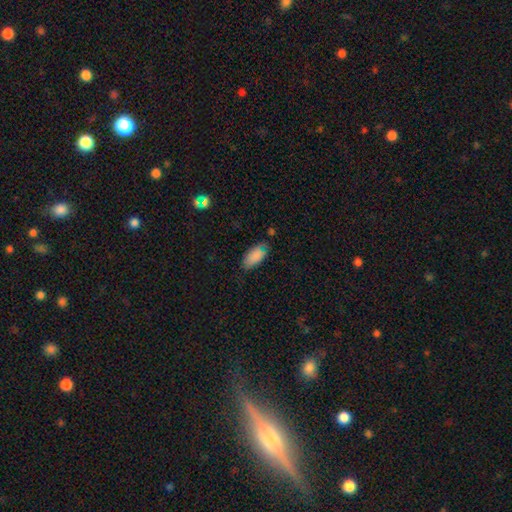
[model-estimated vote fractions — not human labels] Q: Smooth or featured?
A: smooth (82%); runner-up: featured or disk (11%)
Q: How rounded?
A: in between (91%); runner-up: cigar-shaped (6%)
Q: Merging?
A: none (62%); runner-up: minor disturbance (28%)